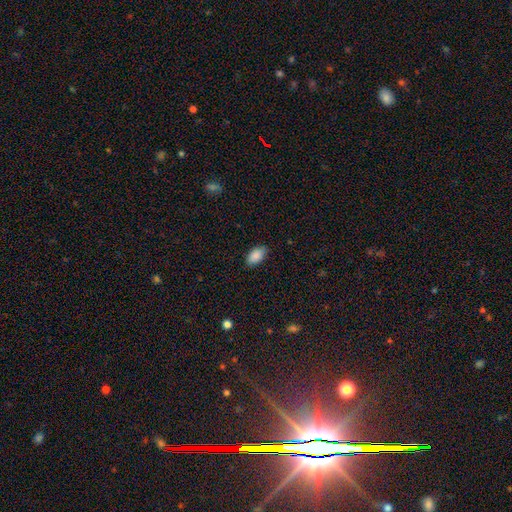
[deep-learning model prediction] Overall: smooth (89%). How rounded: in between (94%). Merging: none (86%).